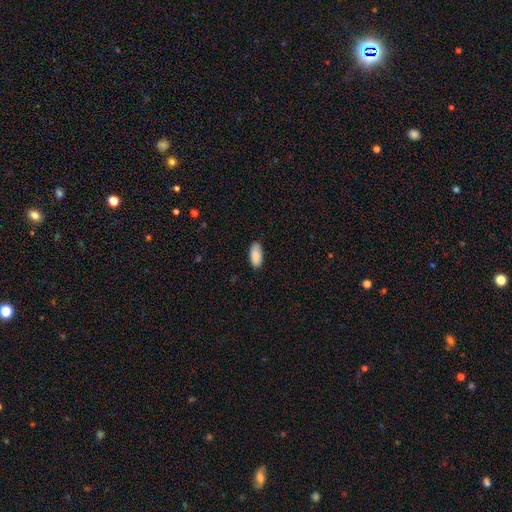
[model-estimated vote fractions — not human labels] Q: Smooth or featured?
A: smooth (90%); runner-up: star or artifact (6%)
Q: How rounded?
A: in between (92%); runner-up: cigar-shaped (6%)
Q: Merging?
A: none (85%); runner-up: minor disturbance (12%)